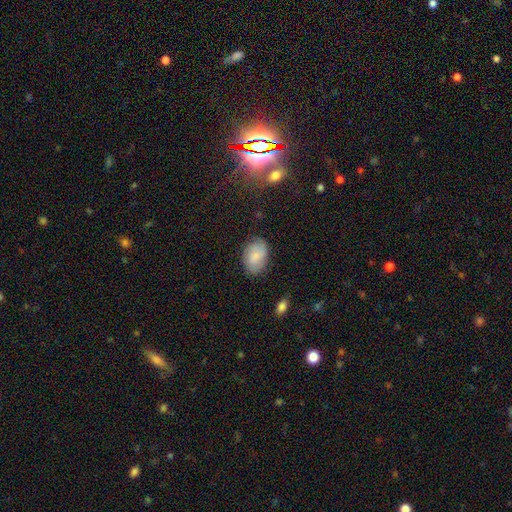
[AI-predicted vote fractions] A smooth galaxy with no disk features (73%) that is in between round and cigar-shaped (84%).

Vote fractions:
- Smooth or featured? smooth: 73% / featured or disk: 19% / star or artifact: 8%
- How rounded? in between: 84% / round: 14% / cigar-shaped: 1%
- Merging? none: 76% / minor disturbance: 18% / major disturbance: 4% / merger: 1%